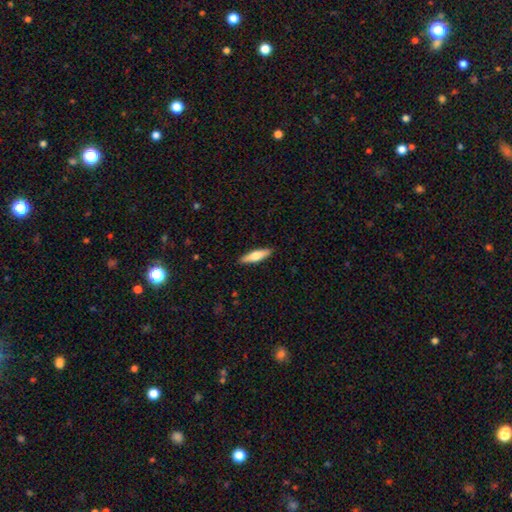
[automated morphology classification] This is possibly a smooth galaxy (57%). How rounded: likely cigar-shaped (71%). Merging: clearly none (90%).